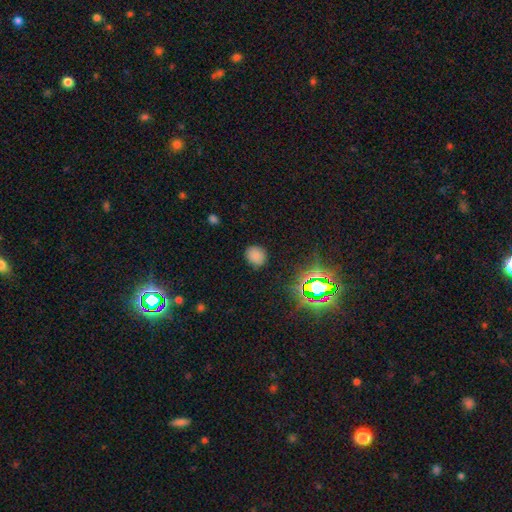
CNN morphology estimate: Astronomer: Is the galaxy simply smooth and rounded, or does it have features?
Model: smooth — 76%.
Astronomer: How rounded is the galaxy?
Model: round — 73%.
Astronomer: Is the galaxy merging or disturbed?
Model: none — 86%.